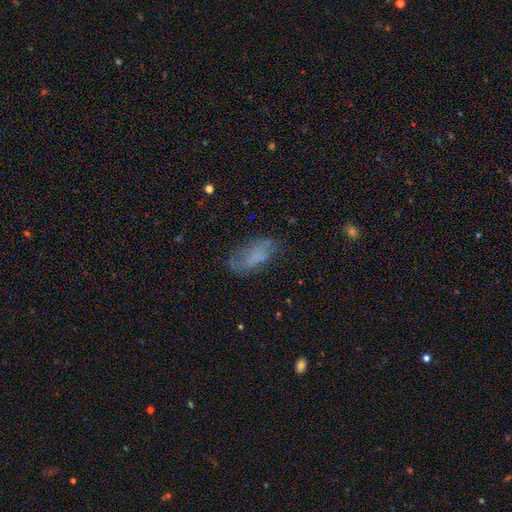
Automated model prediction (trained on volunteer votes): smooth-or-featured: smooth: 57% | featured or disk: 31% | star or artifact: 11%
  how-rounded: in between: 87% | cigar-shaped: 9% | round: 4%
  merging: none: 57% | minor disturbance: 25% | major disturbance: 15% | merger: 3%